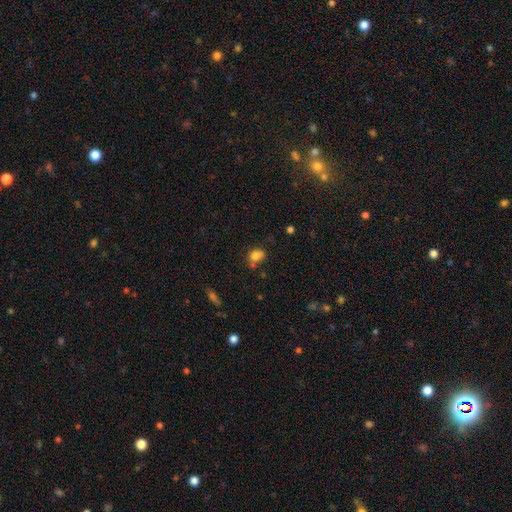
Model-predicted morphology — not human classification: smooth 78%, star or artifact 12%, featured or disk 10%. Down the decision tree: how rounded — in between (51%); merging — none (52%).